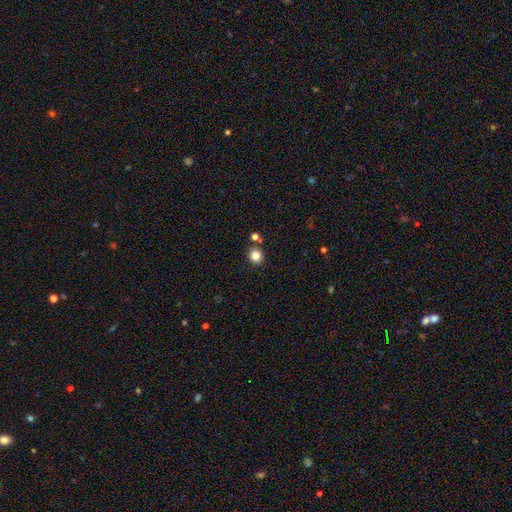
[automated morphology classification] This is clearly a smooth galaxy (82%). How rounded: clearly round (83%). Merging: clearly none (84%).